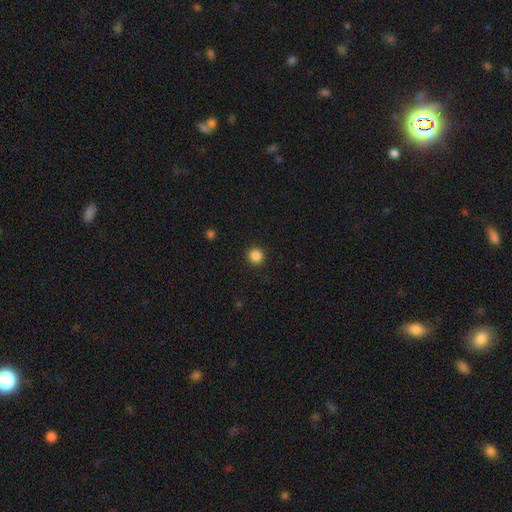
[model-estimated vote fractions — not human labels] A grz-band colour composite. It shows a smooth galaxy with no disk features (87%) that is round (93%). Merging: none (92%).